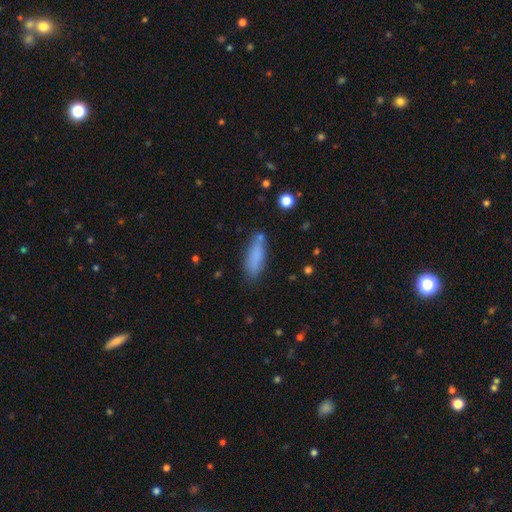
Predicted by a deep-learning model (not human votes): smooth_or_featured: smooth (p=0.82) [alt: featured or disk p=0.10]
how_rounded: cigar-shaped (p=0.51) [alt: in between p=0.47]
merging: none (p=0.75) [alt: minor disturbance p=0.17]